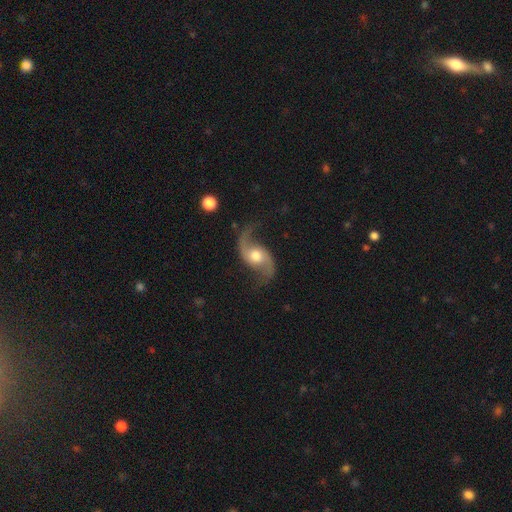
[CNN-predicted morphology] Smooth or featured?
  - featured or disk: 90% *
  - smooth: 5%
  - star or artifact: 4%
Edge-on disk?
  - no: 97% *
  - yes: 3%
Bar?
  - no: 62% *
  - weak: 29%
  - strong: 9%
Spiral arms?
  - yes: 97% *
  - no: 3%
Spiral winding?
  - loose: 80% *
  - medium: 17%
  - tight: 4%
Spiral arm count?
  - 2: 94% *
  - 1: 1%
  - can't tell: 1%
  - 3: 1%
  - 4: 1%
  - more than 4: 1%
Bulge size?
  - moderate: 68% *
  - large: 17%
  - small: 11%
  - dominant: 2%
  - none: 2%
Merging?
  - none: 77% *
  - minor disturbance: 14%
  - major disturbance: 7%
  - merger: 2%